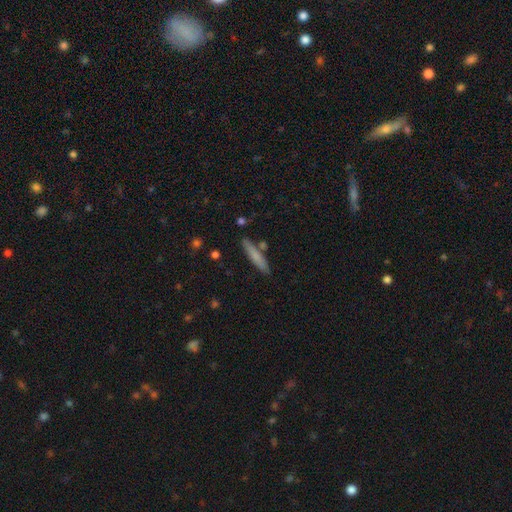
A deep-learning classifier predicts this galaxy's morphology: A smooth galaxy with no disk features (73%) that is cigar-shaped (89%).

Vote fractions:
- Smooth or featured? smooth: 73% / featured or disk: 21% / star or artifact: 7%
- How rounded? cigar-shaped: 89% / in between: 9% / round: 1%
- Merging? none: 81% / minor disturbance: 11% / merger: 6% / major disturbance: 2%